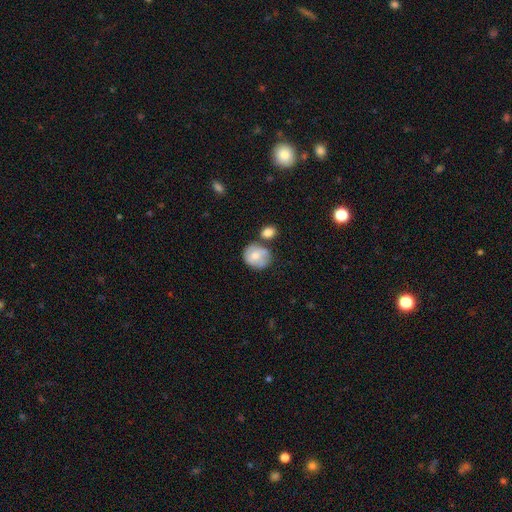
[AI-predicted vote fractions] Morphology: type=smooth (64%); roundness=round (74%); merging=none (47%).